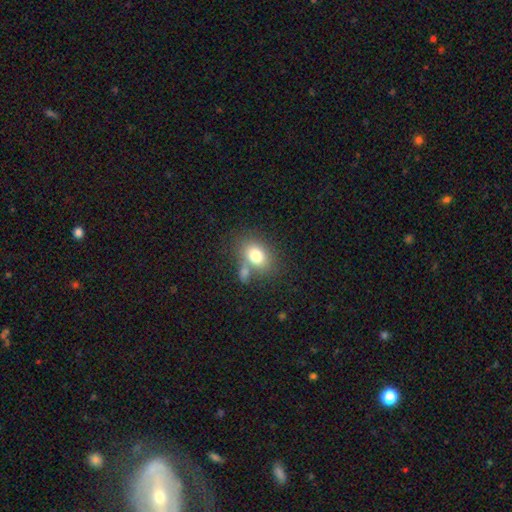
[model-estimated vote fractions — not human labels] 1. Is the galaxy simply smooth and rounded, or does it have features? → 76% smooth, 14% featured or disk, 10% star or artifact.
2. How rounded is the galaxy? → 73% in between, 26% round, 1% cigar-shaped.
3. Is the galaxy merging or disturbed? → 56% none, 24% merger, 14% minor disturbance, 6% major disturbance.